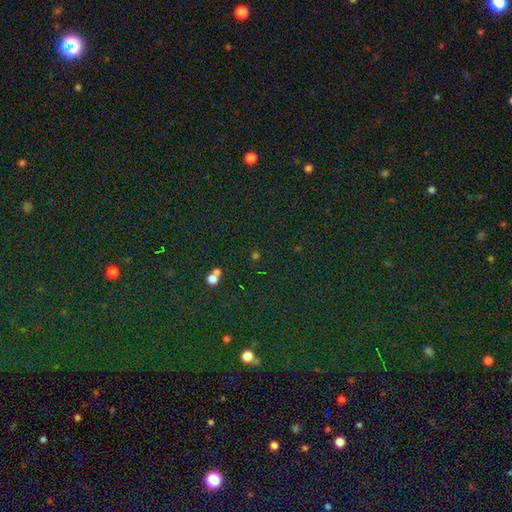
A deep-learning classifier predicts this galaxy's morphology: A star or artifact, not a galaxy (60%).

Vote fractions:
- Smooth or featured? star or artifact: 60% / smooth: 31% / featured or disk: 9%